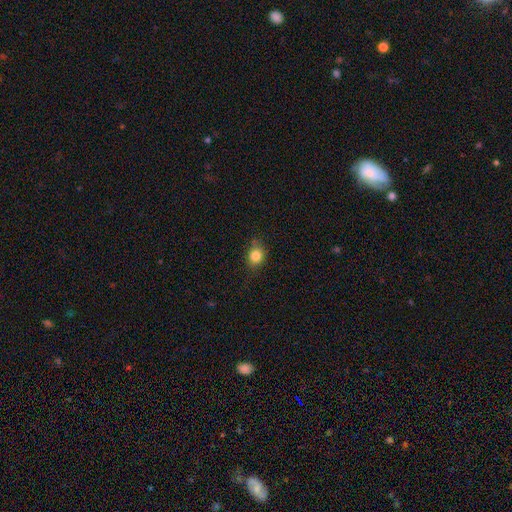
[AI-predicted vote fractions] Smooth or featured: smooth — 84% (star or artifact — 10%)
How rounded: round — 56% (in between — 43%)
Merging: none — 74% (minor disturbance — 20%)